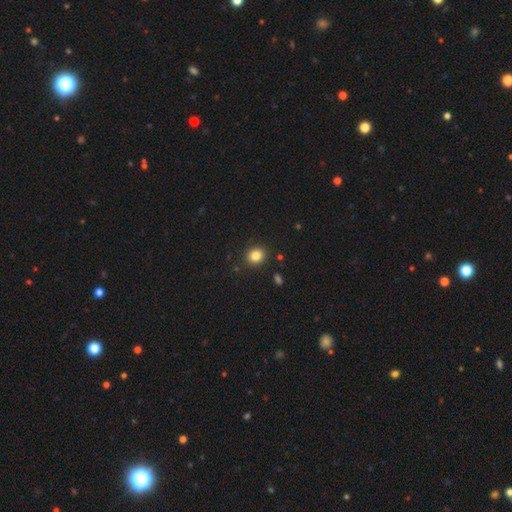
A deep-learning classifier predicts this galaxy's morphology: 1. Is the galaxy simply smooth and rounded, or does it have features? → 84% smooth, 11% star or artifact, 5% featured or disk.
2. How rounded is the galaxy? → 74% round, 25% in between, 1% cigar-shaped.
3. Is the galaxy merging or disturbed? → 89% none, 7% minor disturbance, 2% major disturbance, 2% merger.